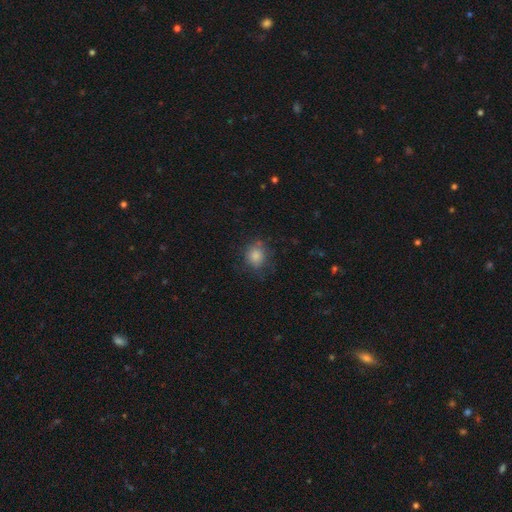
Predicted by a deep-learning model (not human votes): Smooth or featured? smooth (82%)
How rounded? round (70%)
Merging? none (69%)